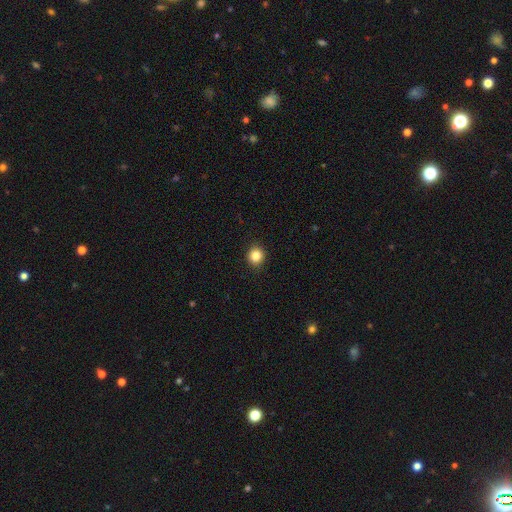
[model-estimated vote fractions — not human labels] smooth 84%, star or artifact 11%, featured or disk 5%. Down the decision tree: how rounded — round (88%); merging — none (92%).